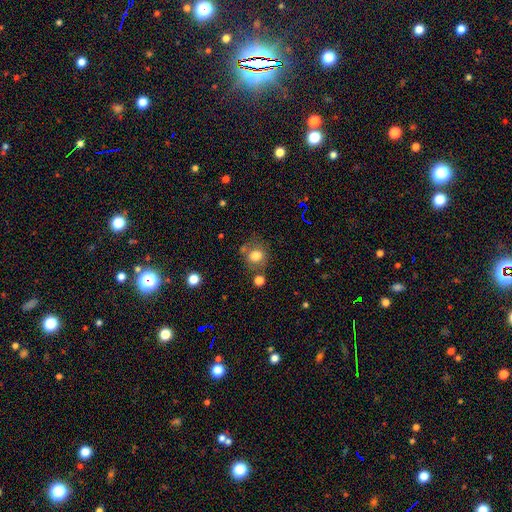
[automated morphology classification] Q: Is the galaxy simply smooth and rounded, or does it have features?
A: smooth — 77%.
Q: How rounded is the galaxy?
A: round — 77%.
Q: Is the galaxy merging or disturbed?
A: none — 66%.